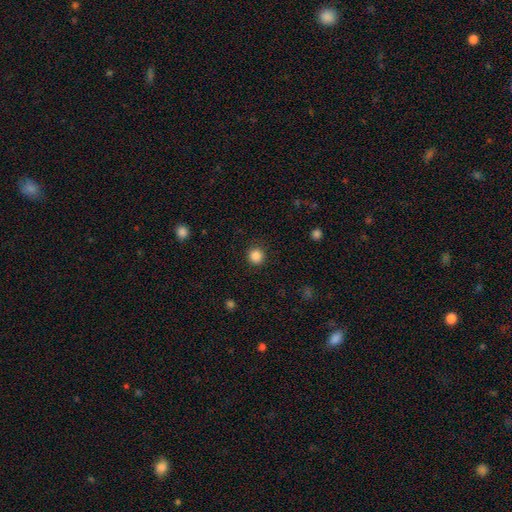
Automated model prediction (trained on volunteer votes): This appears to be a smooth galaxy with no disk features (86%) that is round (93%). Merging: none (90%).